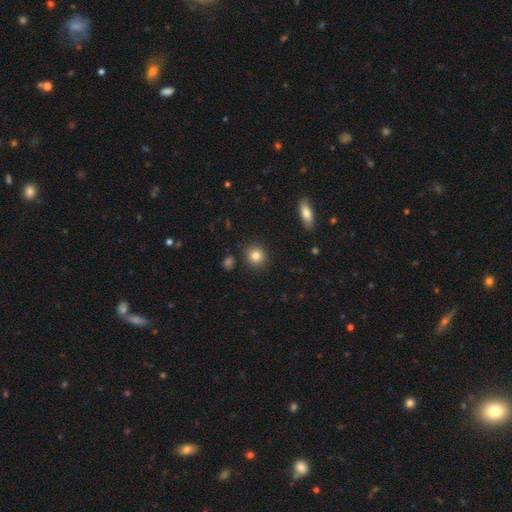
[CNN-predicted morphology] Smooth or featured: smooth — 84% (star or artifact — 10%)
How rounded: round — 86% (in between — 13%)
Merging: none — 89% (minor disturbance — 7%)